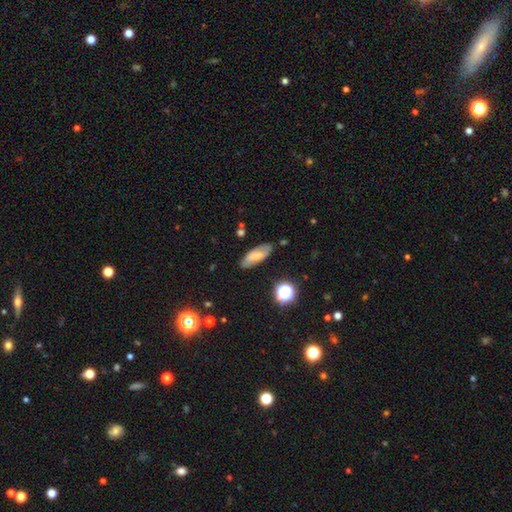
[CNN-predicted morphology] Q: Smooth or featured?
A: smooth (51%); runner-up: featured or disk (39%)
Q: How rounded?
A: in between (77%); runner-up: cigar-shaped (19%)
Q: Merging?
A: none (80%); runner-up: minor disturbance (14%)